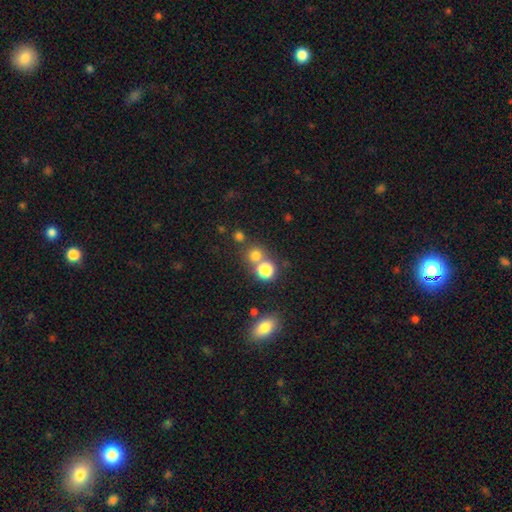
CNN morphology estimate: Smooth or featured? smooth (72%)
How rounded? round (88%)
Merging? none (59%)